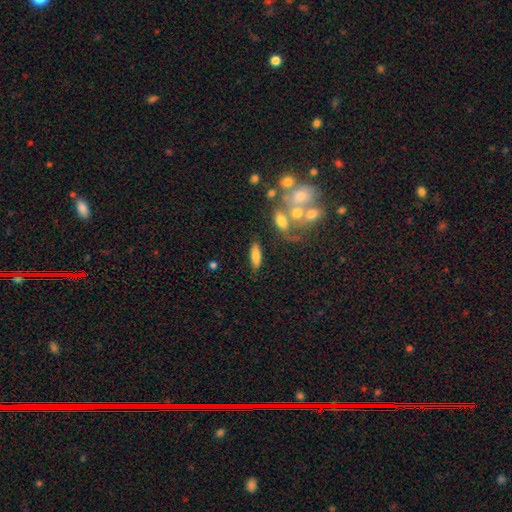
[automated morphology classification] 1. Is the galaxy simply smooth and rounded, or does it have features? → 71% smooth, 21% featured or disk, 8% star or artifact.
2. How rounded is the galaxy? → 56% in between, 41% cigar-shaped, 3% round.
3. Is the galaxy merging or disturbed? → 77% none, 12% minor disturbance, 7% merger, 4% major disturbance.